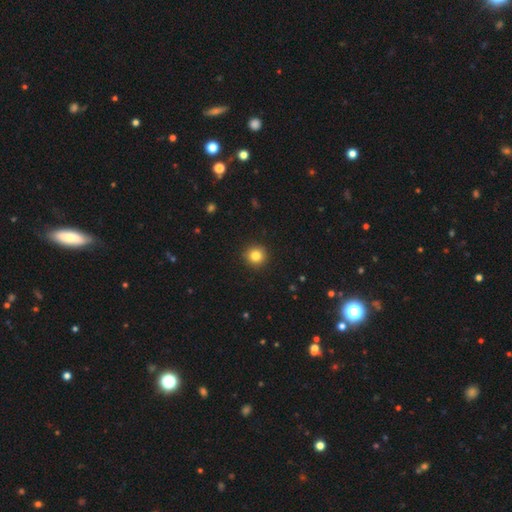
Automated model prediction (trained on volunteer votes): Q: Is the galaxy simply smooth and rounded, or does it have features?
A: smooth — 82%.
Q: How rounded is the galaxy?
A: round — 94%.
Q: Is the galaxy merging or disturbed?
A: none — 93%.